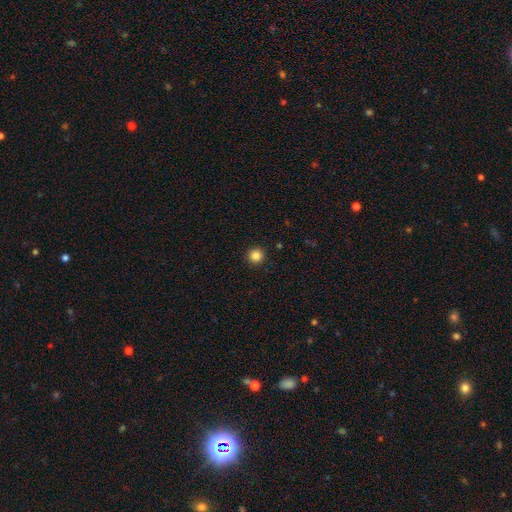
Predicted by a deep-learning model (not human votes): Q: Smooth or featured?
A: smooth (86%); runner-up: star or artifact (11%)
Q: How rounded?
A: round (95%); runner-up: in between (4%)
Q: Merging?
A: none (93%); runner-up: minor disturbance (5%)